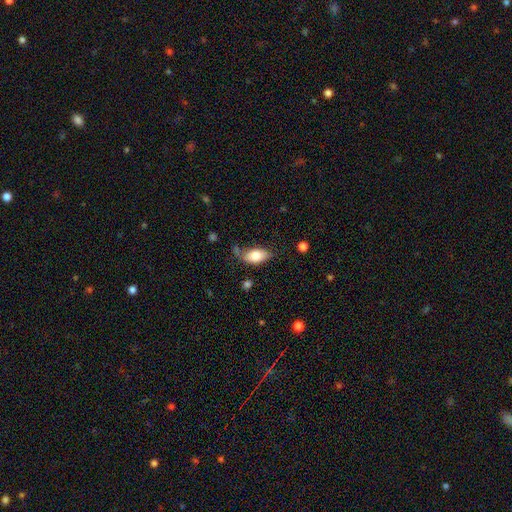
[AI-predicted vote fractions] A smooth galaxy with no disk features (78%) that is in between round and cigar-shaped (91%).

Vote fractions:
- Smooth or featured? smooth: 78% / featured or disk: 15% / star or artifact: 7%
- How rounded? in between: 91% / round: 4% / cigar-shaped: 4%
- Merging? none: 62% / minor disturbance: 25% / major disturbance: 7% / merger: 6%